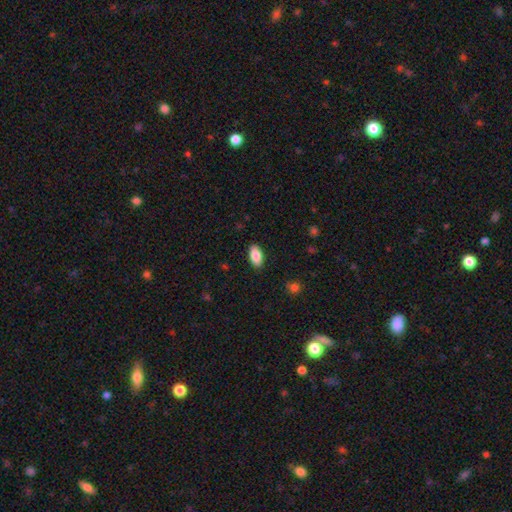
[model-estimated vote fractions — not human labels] Morphology: type=smooth (85%); roundness=in between (93%); merging=none (89%).